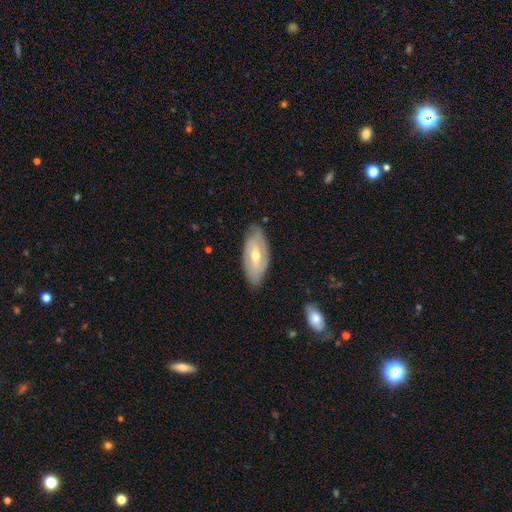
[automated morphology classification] This is likely a featured or disk galaxy (65%). It is clearly not viewed edge-on (86%). Bar: marginally weak (44%). Spiral arm pattern: likely yes (72%). Central bulge: possibly moderate (57%). Merging: likely none (76%).